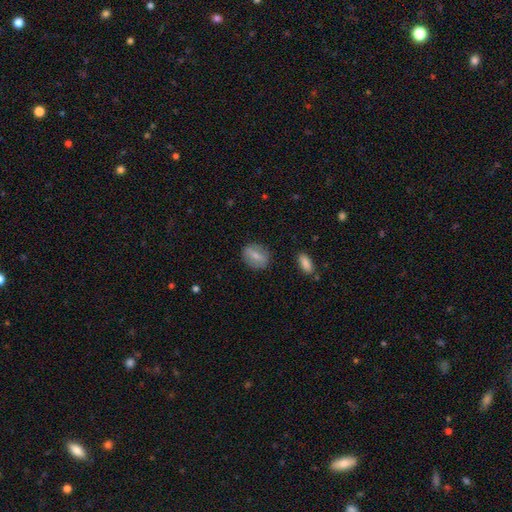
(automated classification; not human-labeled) Morphology: type=smooth (66%); roundness=in between (61%); merging=none (83%).